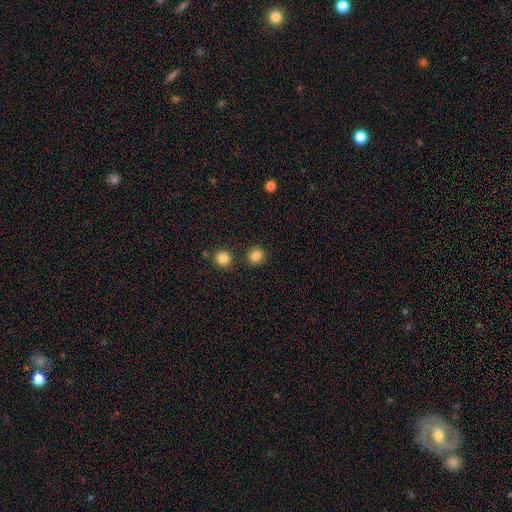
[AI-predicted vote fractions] A smooth galaxy with no disk features (85%) that is round (82%).

Vote fractions:
- Smooth or featured? smooth: 85% / star or artifact: 11% / featured or disk: 4%
- How rounded? round: 82% / in between: 17% / cigar-shaped: 1%
- Merging? none: 84% / minor disturbance: 8% / merger: 6% / major disturbance: 3%